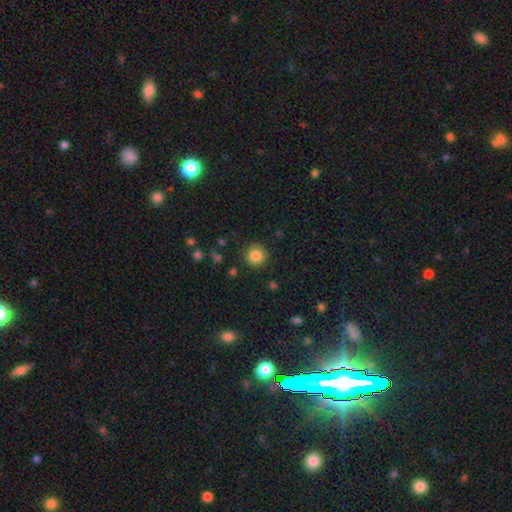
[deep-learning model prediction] Morphology: type=smooth (85%); roundness=round (94%); merging=none (88%).